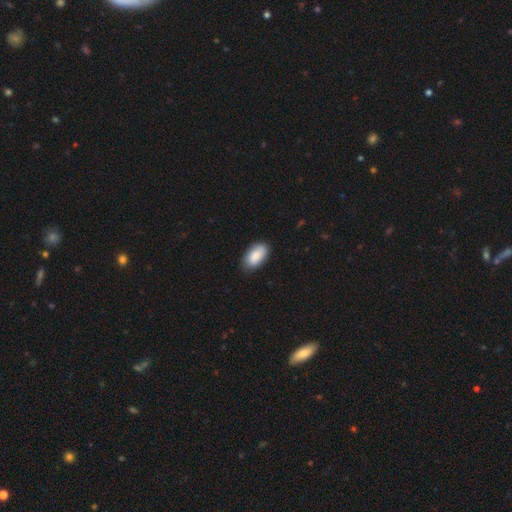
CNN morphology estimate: Smooth or featured?
  - smooth: 87% *
  - featured or disk: 8%
  - star or artifact: 6%
How rounded?
  - in between: 95% *
  - round: 3%
  - cigar-shaped: 2%
Merging?
  - none: 82% *
  - minor disturbance: 14%
  - major disturbance: 2%
  - merger: 1%